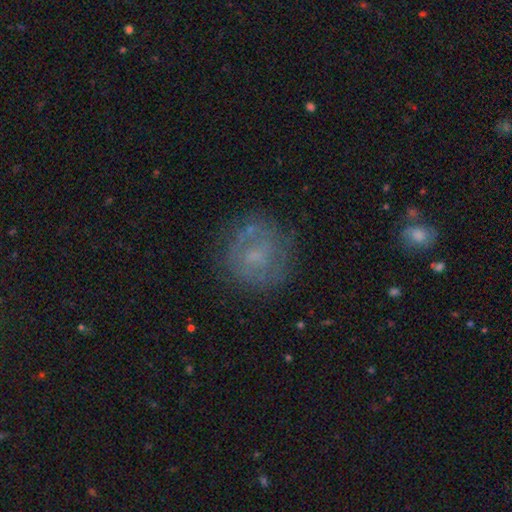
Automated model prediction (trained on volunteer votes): This appears to be a featured or disk galaxy (46%). Merging: none (76%).